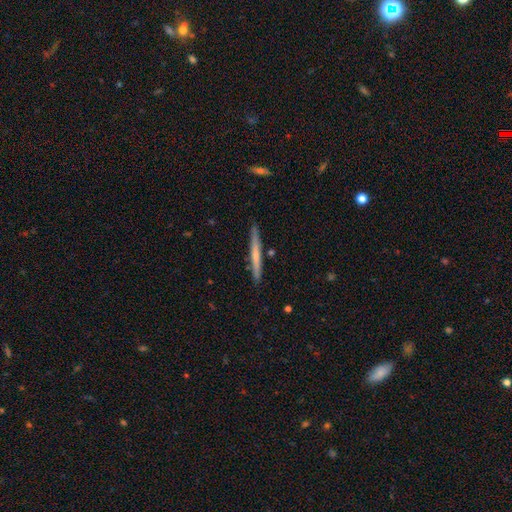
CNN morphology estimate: smooth-or-featured: smooth: 52% | featured or disk: 42% | star or artifact: 6%
  how-rounded: cigar-shaped: 97% | in between: 2% | round: 1%
  merging: none: 89% | minor disturbance: 8% | merger: 2% | major disturbance: 1%